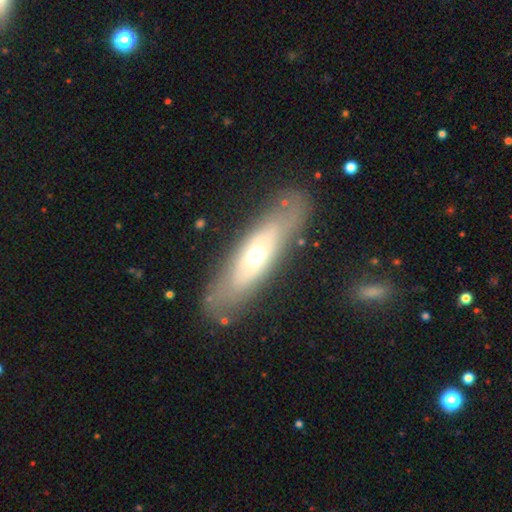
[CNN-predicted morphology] Smooth or featured: featured or disk — 56% (smooth — 38%)
Edge-on disk: no — 63% (yes — 37%)
Merging: none — 78% (minor disturbance — 14%)